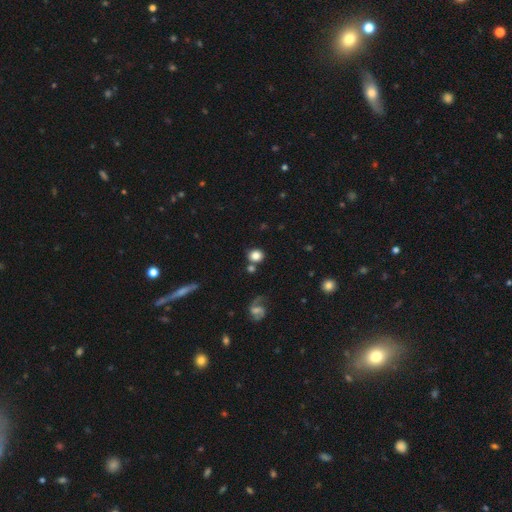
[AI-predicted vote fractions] Smooth or featured? Predicted: smooth (p=0.79). How rounded? Predicted: round (p=0.79). Merging? Predicted: none (p=0.72).